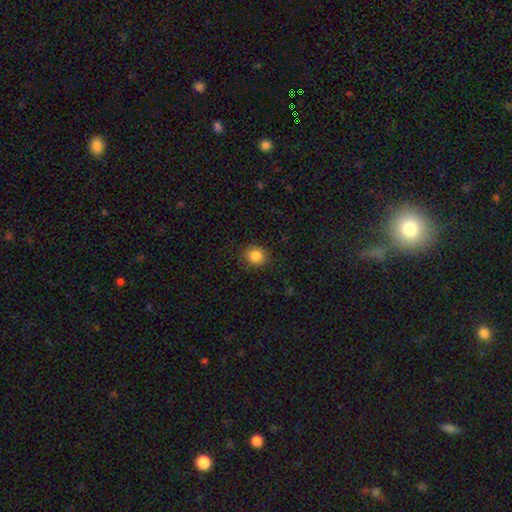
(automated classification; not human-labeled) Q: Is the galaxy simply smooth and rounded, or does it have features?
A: smooth — 86%.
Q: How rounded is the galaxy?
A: round — 82%.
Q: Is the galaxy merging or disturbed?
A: none — 86%.